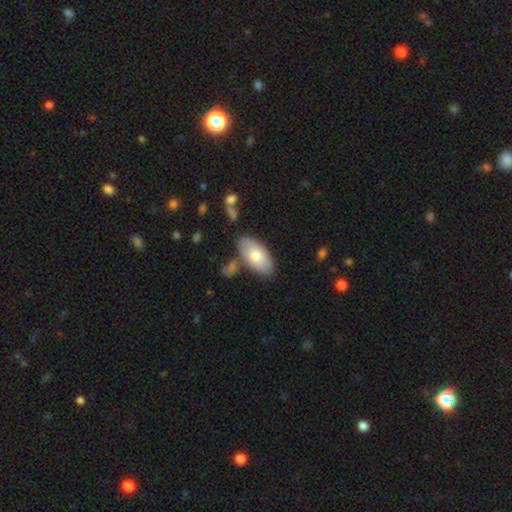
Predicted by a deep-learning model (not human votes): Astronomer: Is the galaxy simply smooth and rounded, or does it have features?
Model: smooth — 74%.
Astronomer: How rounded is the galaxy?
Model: in between — 94%.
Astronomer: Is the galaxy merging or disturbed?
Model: none — 69%.